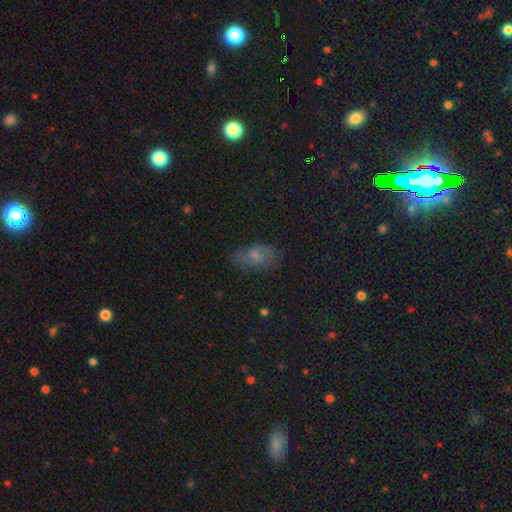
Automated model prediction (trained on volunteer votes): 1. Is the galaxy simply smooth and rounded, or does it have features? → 51% smooth, 30% featured or disk, 18% star or artifact.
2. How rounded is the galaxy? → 89% in between, 8% round, 4% cigar-shaped.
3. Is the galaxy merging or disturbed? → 67% none, 22% minor disturbance, 9% major disturbance, 2% merger.